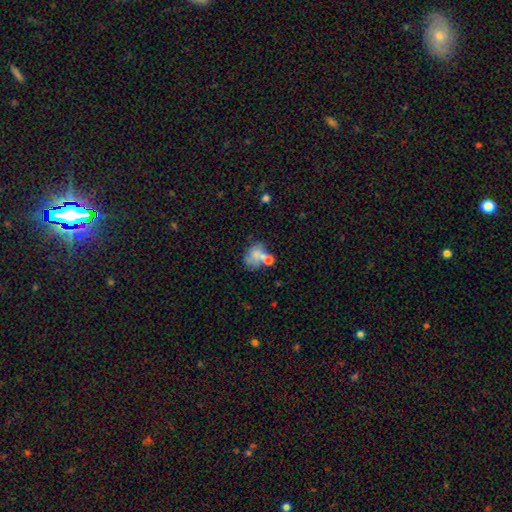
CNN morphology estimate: The model was most divided on "merging": none: 34%, merger: 33%, minor disturbance: 17%, major disturbance: 15%. More confident: smooth or featured — smooth (59%); how rounded — in between (55%).